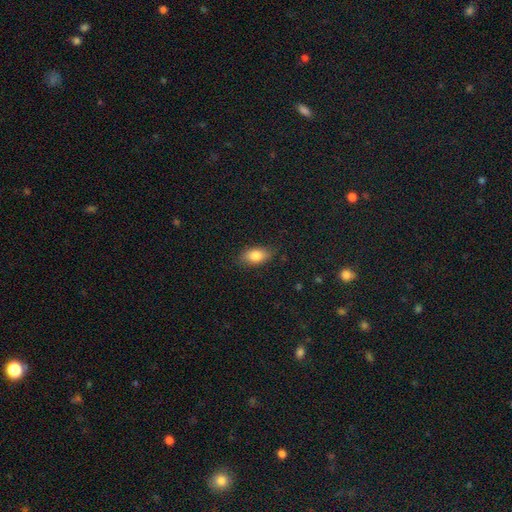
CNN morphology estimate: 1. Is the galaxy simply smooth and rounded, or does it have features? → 82% smooth, 10% featured or disk, 8% star or artifact.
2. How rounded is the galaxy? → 89% in between, 7% round, 4% cigar-shaped.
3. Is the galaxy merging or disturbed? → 83% none, 13% minor disturbance, 3% major disturbance, 1% merger.